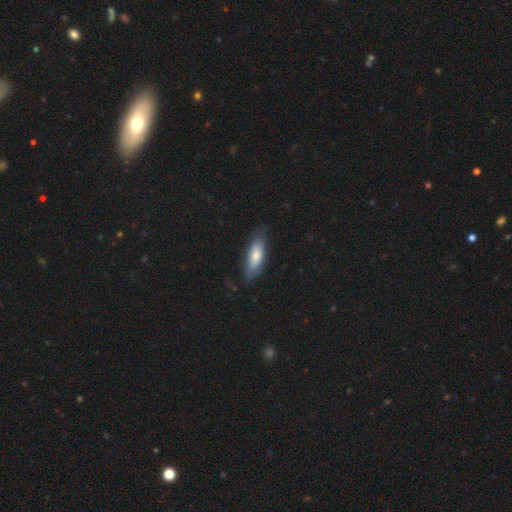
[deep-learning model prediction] Morphology: type=smooth (67%); roundness=in between (61%); merging=none (73%).